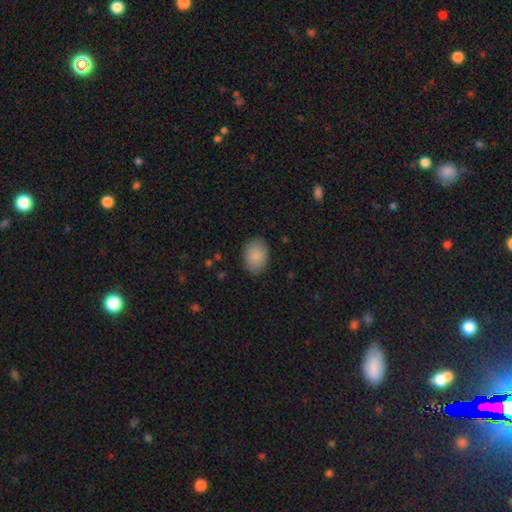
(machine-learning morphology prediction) smooth 89%, star or artifact 7%, featured or disk 5%. Down the decision tree: how rounded — in between (78%); merging — none (85%).